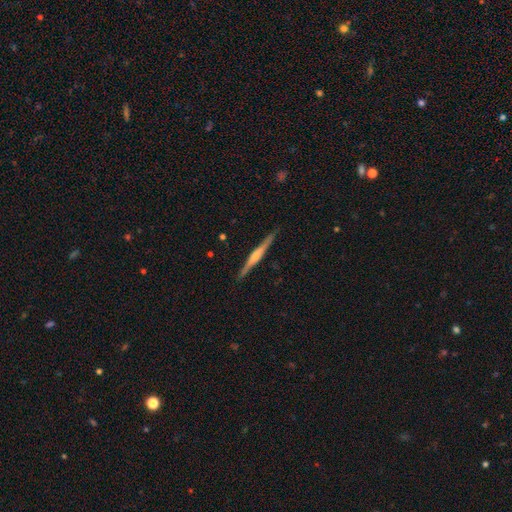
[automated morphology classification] Smooth or featured: featured or disk — 73% (smooth — 22%)
Edge-on disk: yes — 98% (no — 2%)
Edge-on bulge: rounded — 68% (boxy — 17%)
Merging: none — 90% (minor disturbance — 8%)